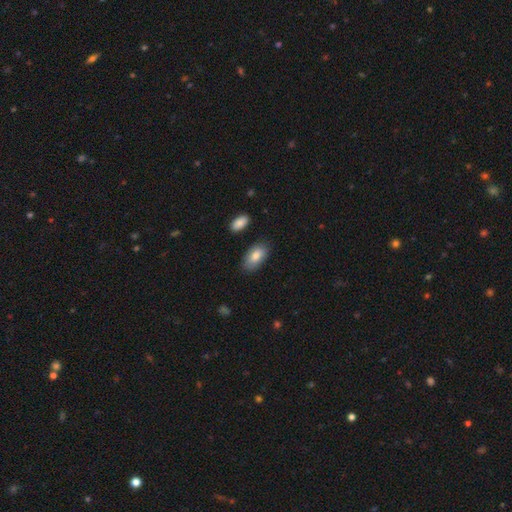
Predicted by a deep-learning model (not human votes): Smooth or featured?
  - smooth: 83% *
  - featured or disk: 11%
  - star or artifact: 6%
How rounded?
  - in between: 93% *
  - cigar-shaped: 4%
  - round: 3%
Merging?
  - none: 82% *
  - minor disturbance: 13%
  - major disturbance: 3%
  - merger: 2%